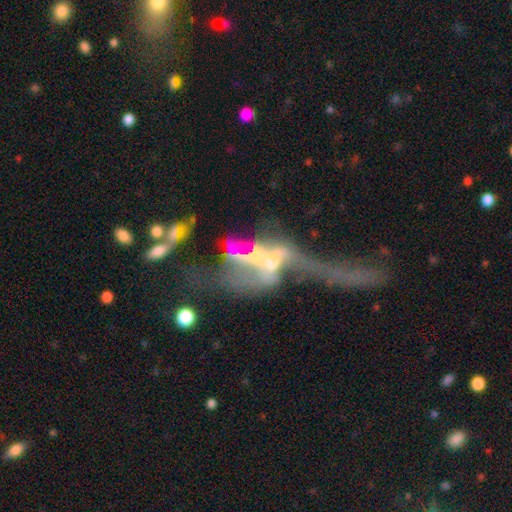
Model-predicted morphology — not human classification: Smooth or featured: featured or disk — 66% (smooth — 18%)
Edge-on disk: no — 82% (yes — 18%)
Bar: no — 70% (weak — 18%)
Spiral arms: no — 73% (yes — 27%)
Bulge size: moderate — 35% (small — 28%)
Merging: merger — 54% (major disturbance — 31%)